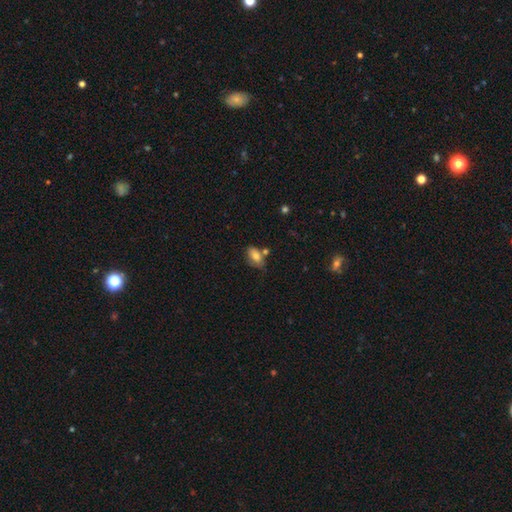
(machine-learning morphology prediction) The model was most divided on "merging": none: 55%, minor disturbance: 23%, merger: 16%, major disturbance: 6%. More confident: how rounded — in between (89%); smooth or featured — smooth (76%).